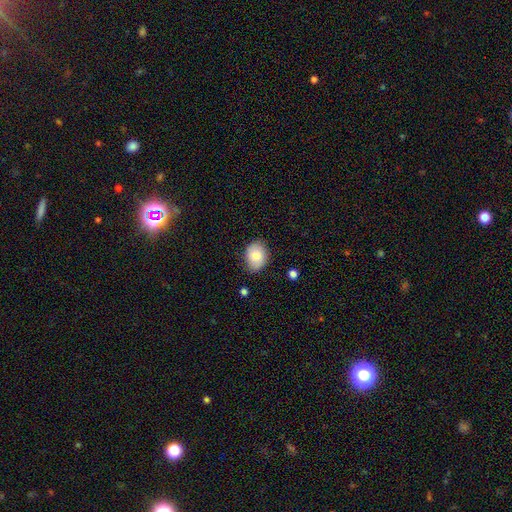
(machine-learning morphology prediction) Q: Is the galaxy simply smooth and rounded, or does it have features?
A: smooth — 80%.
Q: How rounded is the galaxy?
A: in between — 60%.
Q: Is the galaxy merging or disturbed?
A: none — 80%.